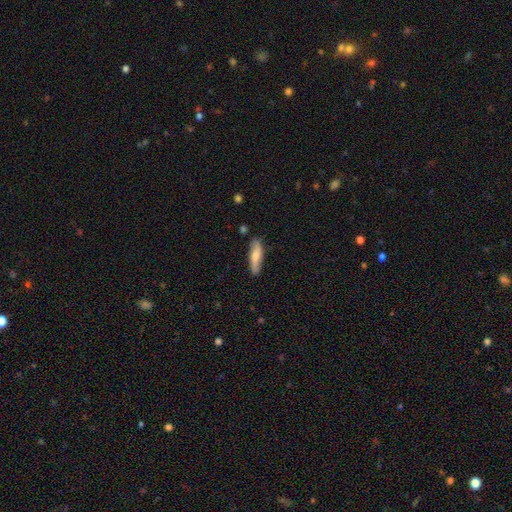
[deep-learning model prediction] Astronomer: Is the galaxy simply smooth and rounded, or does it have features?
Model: smooth — 63%.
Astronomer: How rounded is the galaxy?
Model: cigar-shaped — 63%.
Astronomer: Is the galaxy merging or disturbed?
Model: none — 83%.